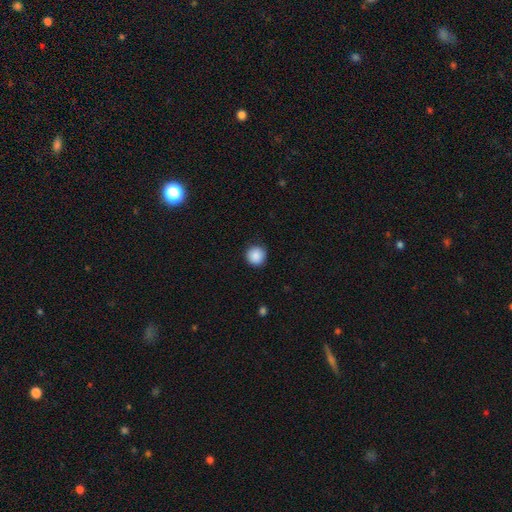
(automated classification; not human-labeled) Smooth or featured: smooth — 89% (star or artifact — 8%)
How rounded: round — 95% (in between — 4%)
Merging: none — 90% (minor disturbance — 7%)